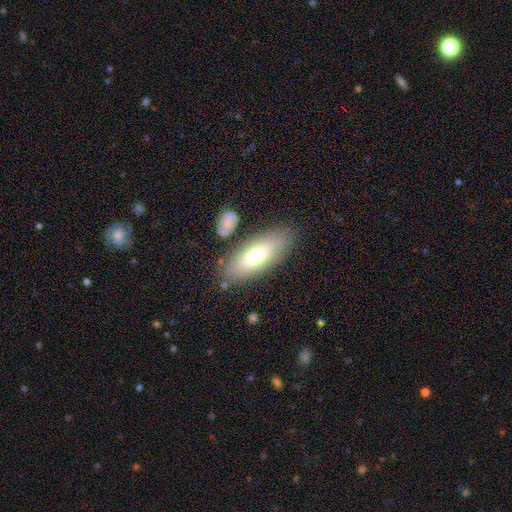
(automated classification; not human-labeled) Smooth or featured?
  - smooth: 67% *
  - featured or disk: 26%
  - star or artifact: 7%
How rounded?
  - in between: 75% *
  - cigar-shaped: 22%
  - round: 3%
Merging?
  - none: 81% *
  - minor disturbance: 11%
  - merger: 4%
  - major disturbance: 3%